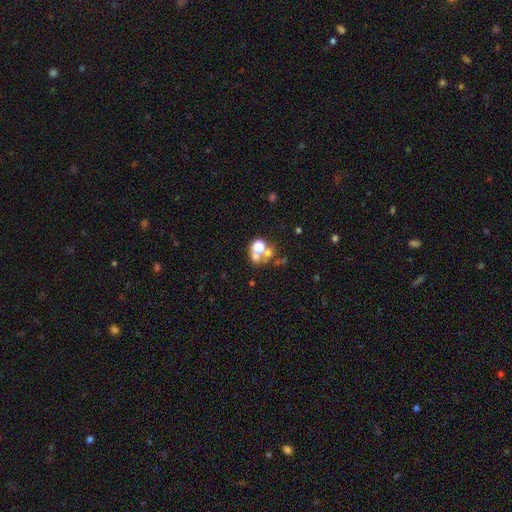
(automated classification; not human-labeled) A smooth galaxy with no disk features (42%).

Vote fractions:
- Smooth or featured? smooth: 42% / star or artifact: 37% / featured or disk: 21%
- Merging? merger: 41% / none: 40% / major disturbance: 10% / minor disturbance: 9%